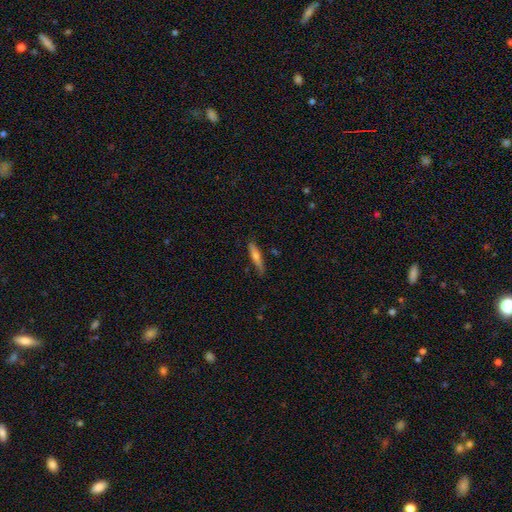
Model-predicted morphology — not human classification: Smooth or featured? smooth (48%)
Merging? none (83%)